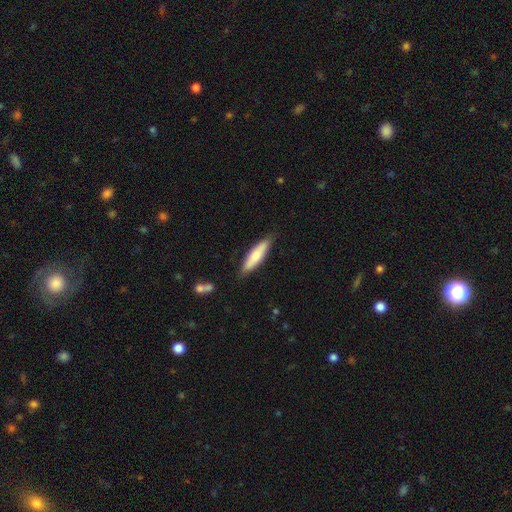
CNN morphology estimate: Q: Smooth or featured?
A: smooth (72%); runner-up: featured or disk (22%)
Q: How rounded?
A: cigar-shaped (71%); runner-up: in between (27%)
Q: Merging?
A: none (83%); runner-up: minor disturbance (13%)